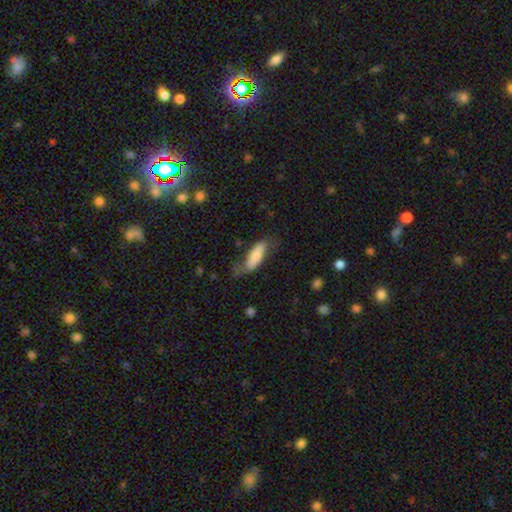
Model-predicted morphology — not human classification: This is likely a smooth galaxy (66%). How rounded: likely in between (60%). Merging: possibly none (48%).